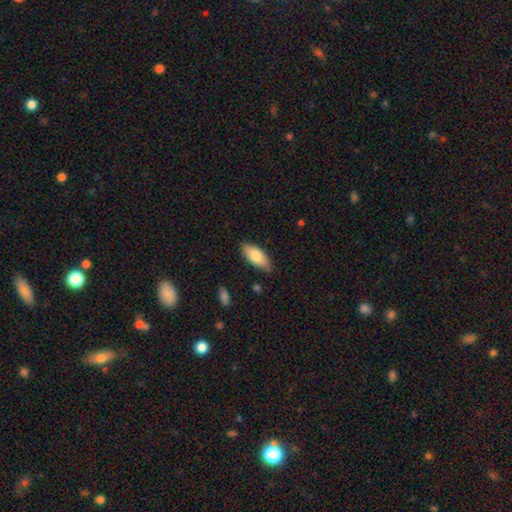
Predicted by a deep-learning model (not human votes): A smooth galaxy with no disk features (78%) that is in between round and cigar-shaped (84%).

Vote fractions:
- Smooth or featured? smooth: 78% / featured or disk: 16% / star or artifact: 6%
- How rounded? in between: 84% / cigar-shaped: 14% / round: 2%
- Merging? none: 82% / minor disturbance: 14% / major disturbance: 2% / merger: 2%